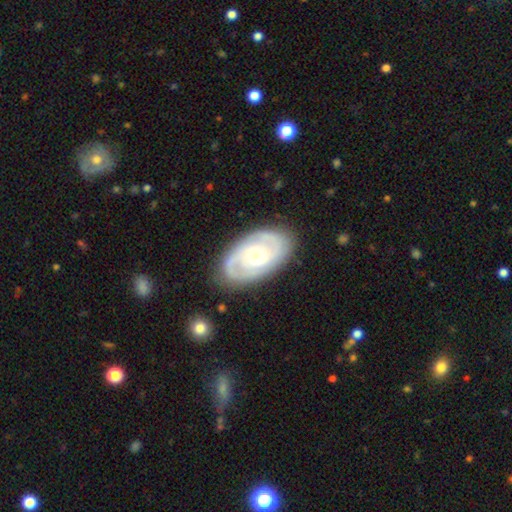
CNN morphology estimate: featured or disk 78%, smooth 17%, star or artifact 5%. Down the decision tree: edge-on disk — no (94%); bar — no (63%); spiral arms — yes (83%); spiral arm count — 2 (62%); spiral winding — tight (52%); bulge size — moderate (74%); merging — none (82%).